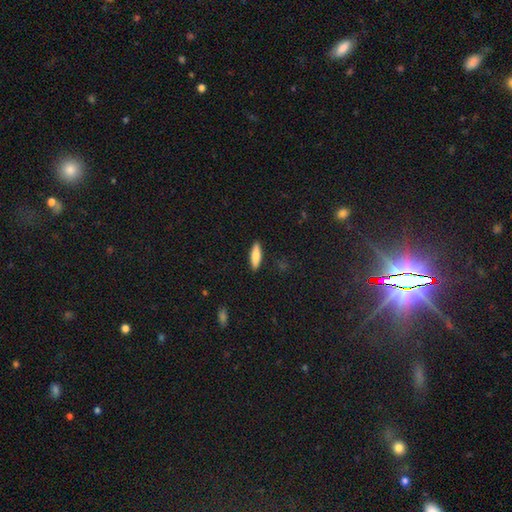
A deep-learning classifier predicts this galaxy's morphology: The model was most divided on "how rounded": cigar-shaped: 57%, in between: 41%, round: 2%. More confident: merging — none (90%); smooth or featured — smooth (81%).